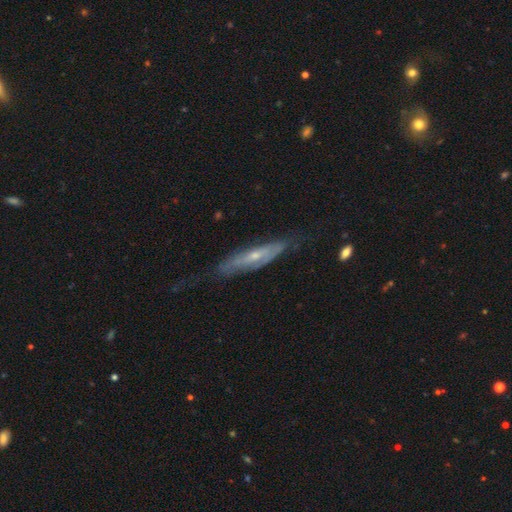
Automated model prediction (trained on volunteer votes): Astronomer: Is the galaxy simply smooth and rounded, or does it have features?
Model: featured or disk — 70%.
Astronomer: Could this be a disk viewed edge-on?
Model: yes — 54% (runner-up: no, 46%).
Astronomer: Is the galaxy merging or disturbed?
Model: none — 64%.